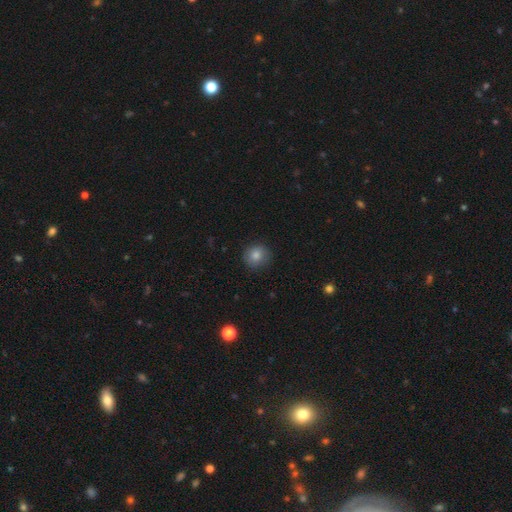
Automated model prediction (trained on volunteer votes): smooth 81%, star or artifact 11%, featured or disk 8%. Down the decision tree: how rounded — round (88%); merging — none (89%).